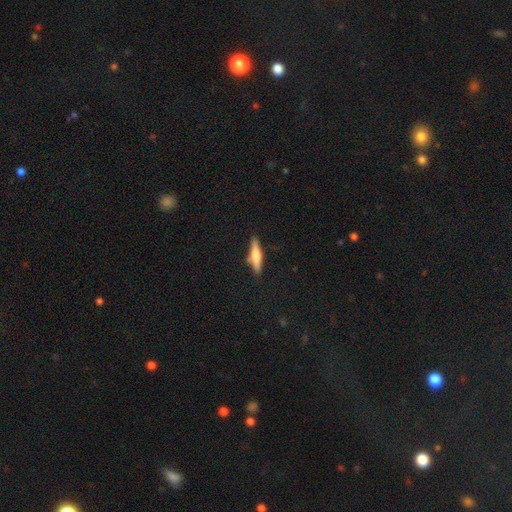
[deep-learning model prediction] smooth_or_featured: smooth (p=0.52) [alt: featured or disk p=0.42]
how_rounded: cigar-shaped (p=0.81) [alt: in between p=0.17]
merging: none (p=0.83) [alt: minor disturbance p=0.11]